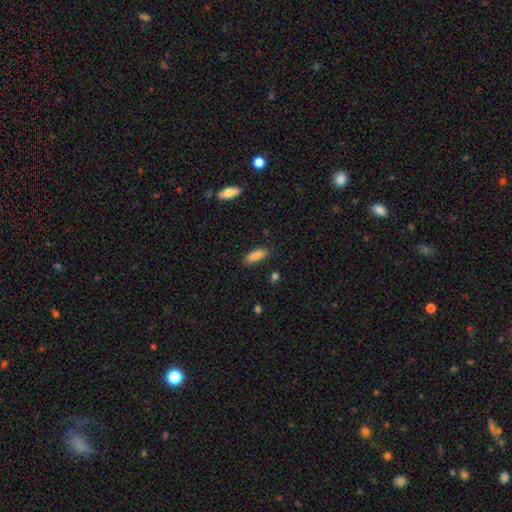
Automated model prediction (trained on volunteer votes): The model was most divided on "how rounded": in between: 62%, cigar-shaped: 36%, round: 2%. More confident: smooth or featured — smooth (85%); merging — none (81%).